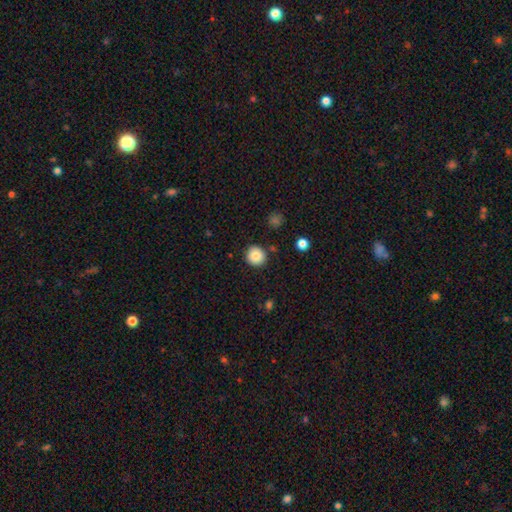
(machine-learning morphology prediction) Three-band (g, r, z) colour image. It shows a smooth galaxy with no disk features (86%) that is round (93%). Merging: none (89%).